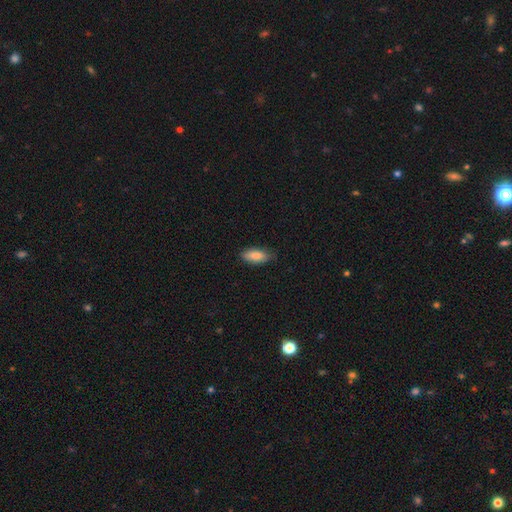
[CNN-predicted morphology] Smooth or featured?
  - smooth: 85% *
  - featured or disk: 8%
  - star or artifact: 6%
How rounded?
  - in between: 82% *
  - cigar-shaped: 16%
  - round: 2%
Merging?
  - none: 80% *
  - minor disturbance: 16%
  - major disturbance: 3%
  - merger: 1%